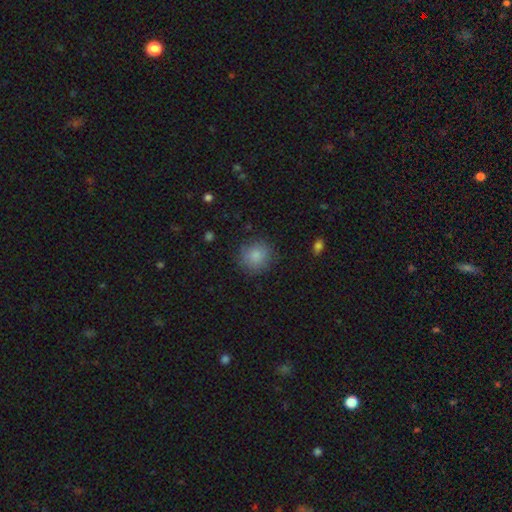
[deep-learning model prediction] smooth 85%, star or artifact 8%, featured or disk 7%. Down the decision tree: how rounded — round (89%); merging — none (82%).